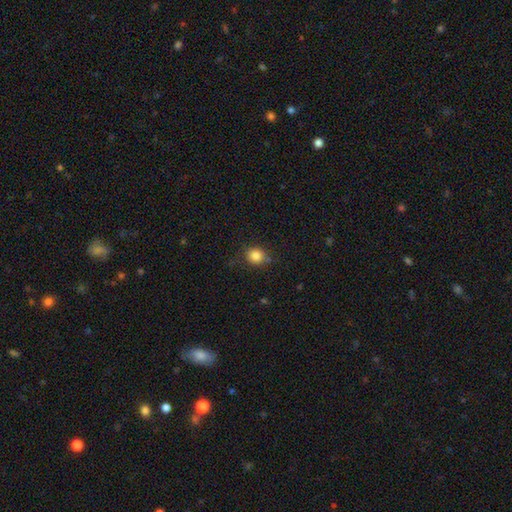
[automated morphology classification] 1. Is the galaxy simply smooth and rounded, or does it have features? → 84% smooth, 11% star or artifact, 5% featured or disk.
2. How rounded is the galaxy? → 81% round, 19% in between, 1% cigar-shaped.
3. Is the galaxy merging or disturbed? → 77% none, 15% minor disturbance, 4% major disturbance, 3% merger.